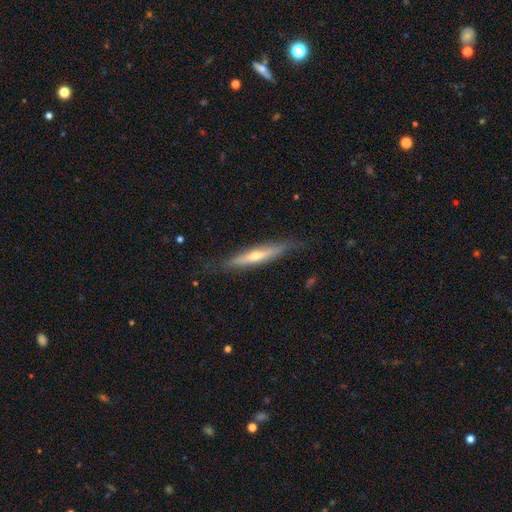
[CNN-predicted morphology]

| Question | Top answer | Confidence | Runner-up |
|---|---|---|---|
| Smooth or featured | featured or disk | 59% | smooth (35%) |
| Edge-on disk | yes | 90% | no (10%) |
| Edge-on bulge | rounded | 78% | none (18%) |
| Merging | none | 81% | minor disturbance (15%) |